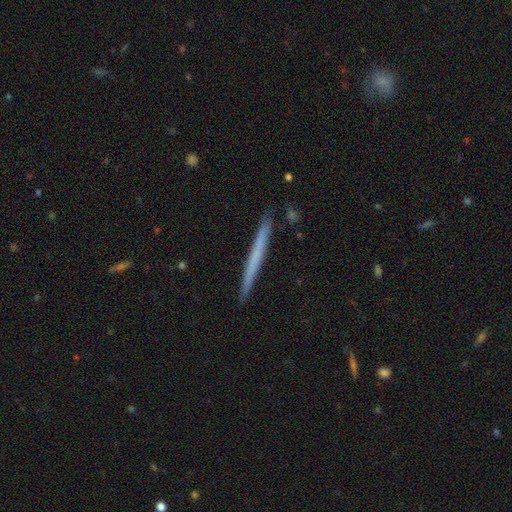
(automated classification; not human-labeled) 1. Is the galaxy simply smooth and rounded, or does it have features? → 50% smooth, 44% featured or disk, 6% star or artifact.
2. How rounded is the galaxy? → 97% cigar-shaped, 1% in between, 1% round.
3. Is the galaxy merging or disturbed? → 91% none, 6% minor disturbance, 1% merger, 1% major disturbance.